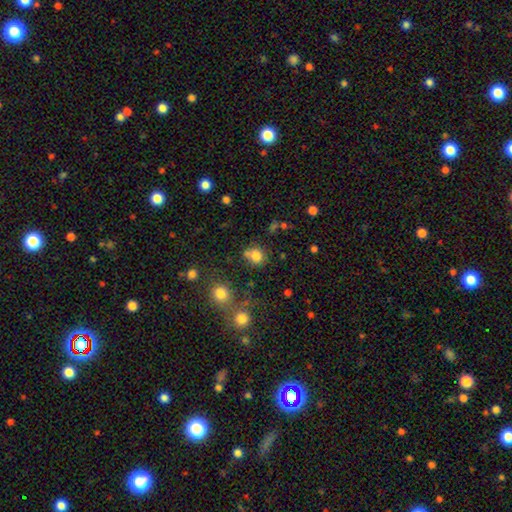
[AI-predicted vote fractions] Smooth or featured?
  - smooth: 80% *
  - star or artifact: 13%
  - featured or disk: 7%
How rounded?
  - round: 79% *
  - in between: 20%
  - cigar-shaped: 1%
Merging?
  - none: 63% *
  - merger: 19%
  - minor disturbance: 13%
  - major disturbance: 4%